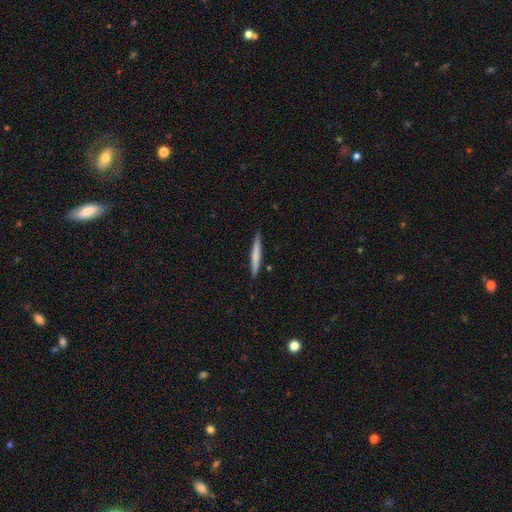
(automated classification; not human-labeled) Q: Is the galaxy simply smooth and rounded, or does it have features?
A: smooth — 65%.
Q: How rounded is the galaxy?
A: cigar-shaped — 96%.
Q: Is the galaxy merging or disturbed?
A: none — 90%.